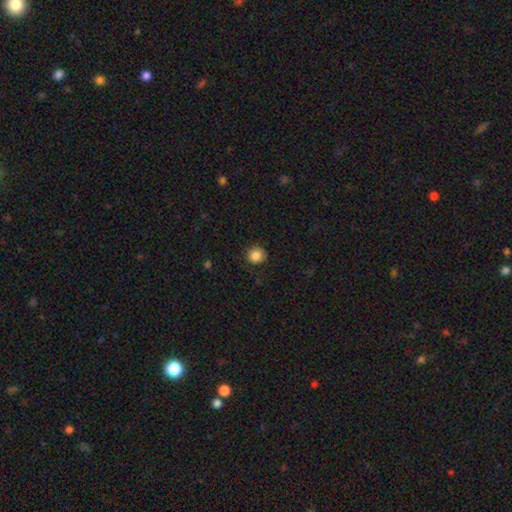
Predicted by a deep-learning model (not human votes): Overall: smooth (86%). How rounded: round (91%). Merging: none (88%).